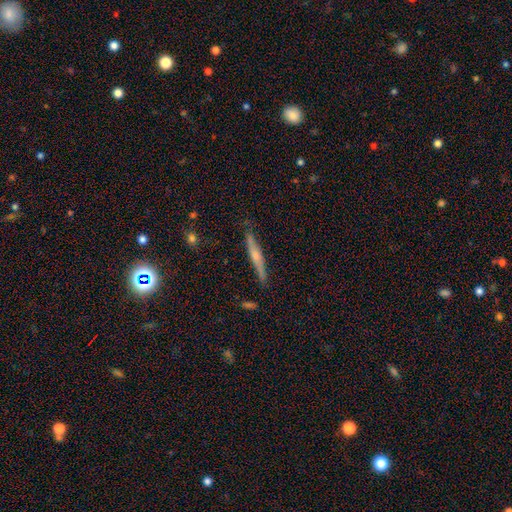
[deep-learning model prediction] Smooth or featured? Predicted: featured or disk (p=0.60). Edge-on disk? Predicted: yes (p=0.94). Edge-on bulge? Predicted: rounded (p=0.74). Merging? Predicted: none (p=0.81).